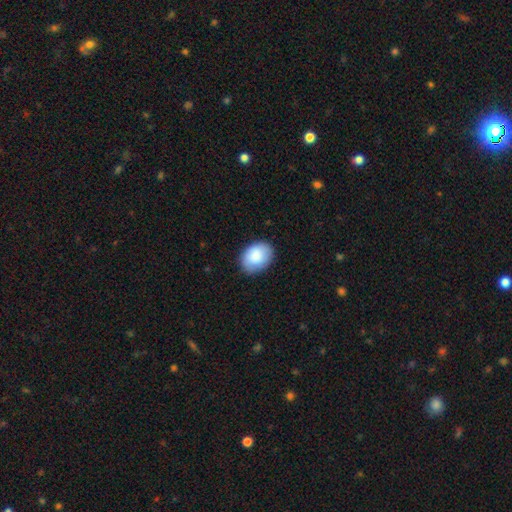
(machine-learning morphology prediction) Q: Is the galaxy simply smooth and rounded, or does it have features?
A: smooth — 88%.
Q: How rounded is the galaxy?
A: in between — 76%.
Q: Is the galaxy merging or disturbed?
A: none — 82%.